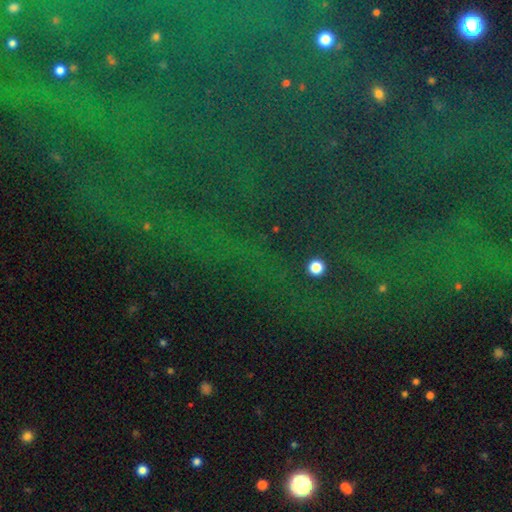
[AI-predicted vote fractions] star or artifact 81%, featured or disk 10%, smooth 9%.